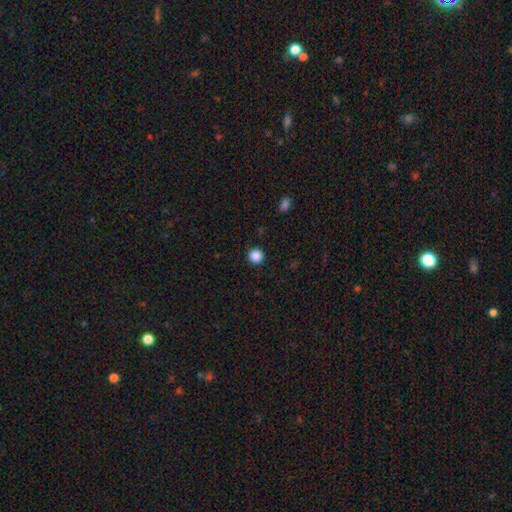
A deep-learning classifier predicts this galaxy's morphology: smooth 87%, star or artifact 10%, featured or disk 2%. Down the decision tree: how rounded — round (95%); merging — none (93%).